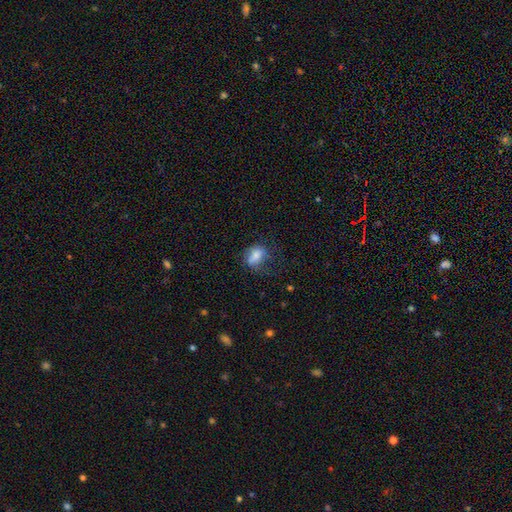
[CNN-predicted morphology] Smooth or featured? Predicted: smooth (p=0.73). How rounded? Predicted: in between (p=0.69). Merging? Predicted: none (p=0.47).